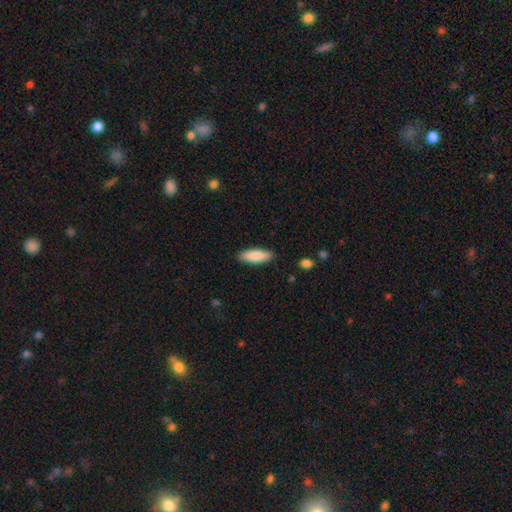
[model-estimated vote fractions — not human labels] A smooth galaxy with no disk features (86%) that is in between round and cigar-shaped (58%).

Vote fractions:
- Smooth or featured? smooth: 86% / featured or disk: 8% / star or artifact: 6%
- How rounded? in between: 58% / cigar-shaped: 40% / round: 2%
- Merging? none: 88% / minor disturbance: 9% / major disturbance: 2% / merger: 1%